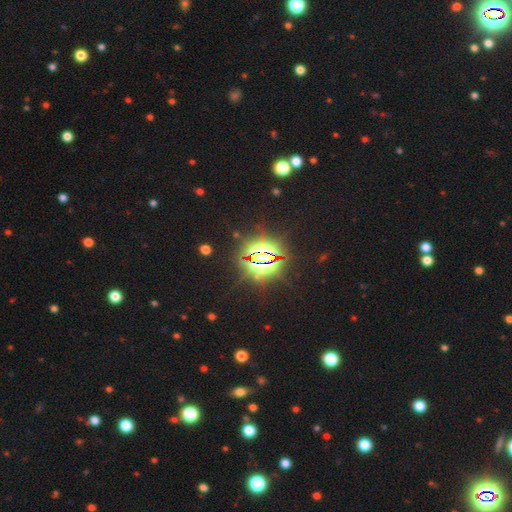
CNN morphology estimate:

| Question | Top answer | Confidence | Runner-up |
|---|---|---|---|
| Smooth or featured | star or artifact | 84% | featured or disk (9%) |